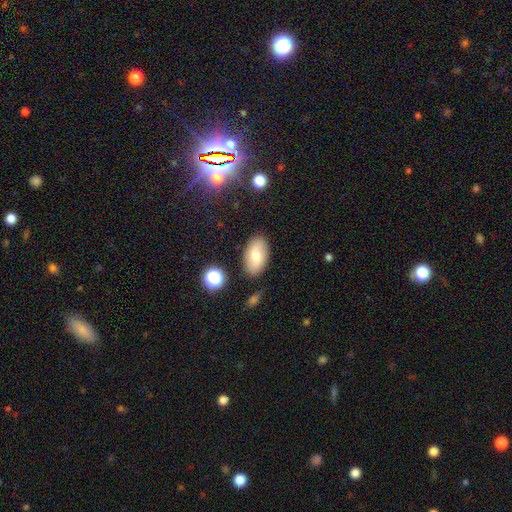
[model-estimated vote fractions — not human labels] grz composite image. It shows a smooth galaxy with no disk features (69%) that is in between round and cigar-shaped (92%). Merging: none (83%).